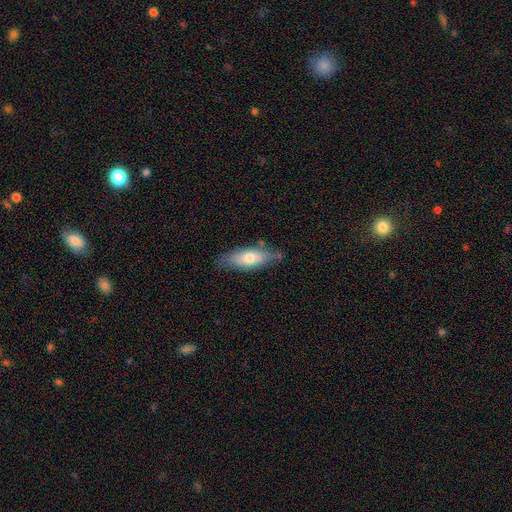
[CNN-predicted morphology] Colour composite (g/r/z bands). It shows a smooth galaxy with no disk features (67%) that is in between round and cigar-shaped (66%). Merging: none (72%).